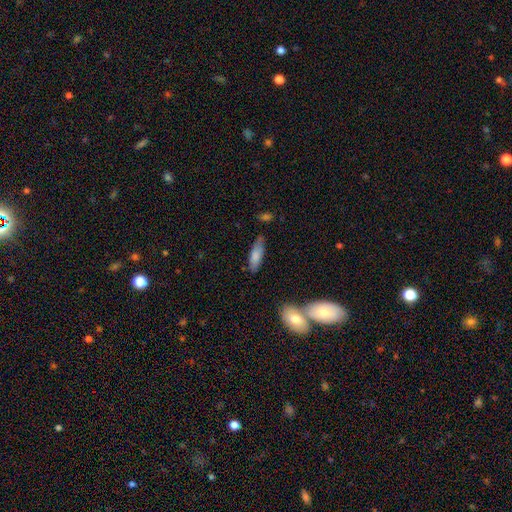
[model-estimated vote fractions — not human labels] smooth_or_featured: smooth (p=0.78) [alt: featured or disk p=0.15]
how_rounded: in between (p=0.51) [alt: cigar-shaped p=0.47]
merging: none (p=0.72) [alt: minor disturbance p=0.19]